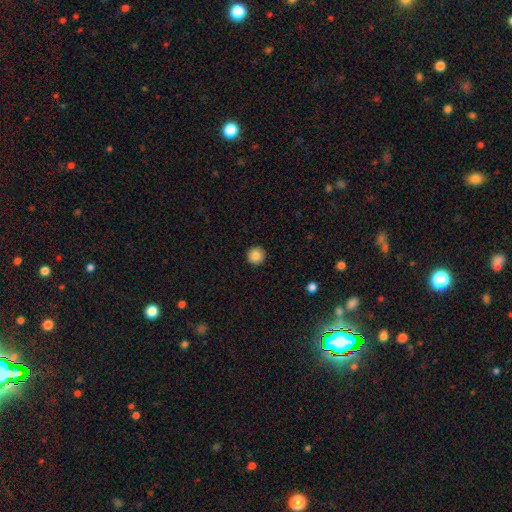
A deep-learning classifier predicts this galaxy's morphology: A smooth galaxy with no disk features (85%) that is round (96%).

Vote fractions:
- Smooth or featured? smooth: 85% / star or artifact: 9% / featured or disk: 6%
- How rounded? round: 96% / in between: 3% / cigar-shaped: 1%
- Merging? none: 93% / minor disturbance: 5% / major disturbance: 1% / merger: 1%